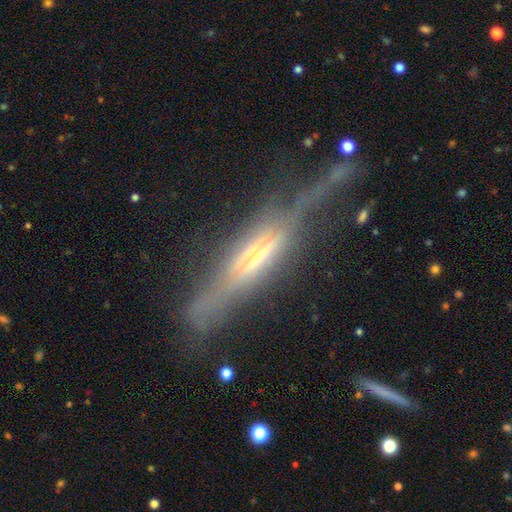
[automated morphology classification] This appears to be a featured or disk galaxy (80%) viewed edge-on (90%) with a rounded central bulge (58%). Merging: none (51%).